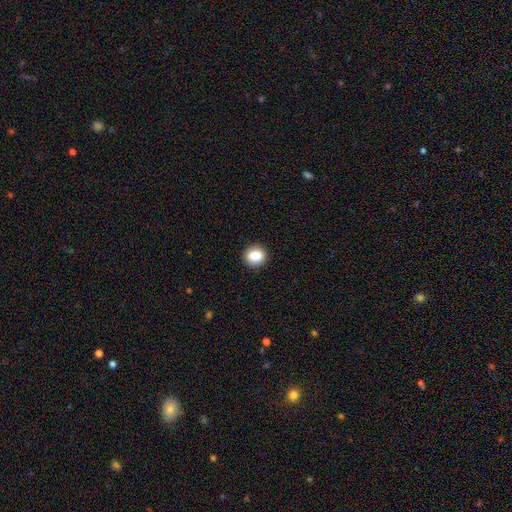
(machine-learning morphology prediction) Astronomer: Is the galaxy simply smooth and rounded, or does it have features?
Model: smooth — 85%.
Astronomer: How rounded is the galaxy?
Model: round — 84%.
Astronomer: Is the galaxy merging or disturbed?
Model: none — 92%.